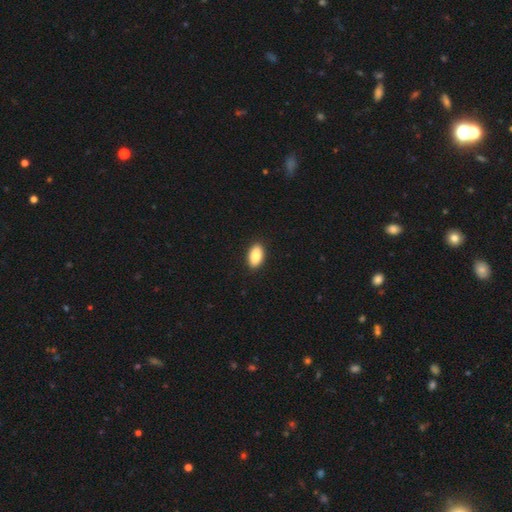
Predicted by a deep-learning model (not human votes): This appears to be a smooth galaxy with no disk features (88%) that is in between round and cigar-shaped (93%). Merging: none (91%).